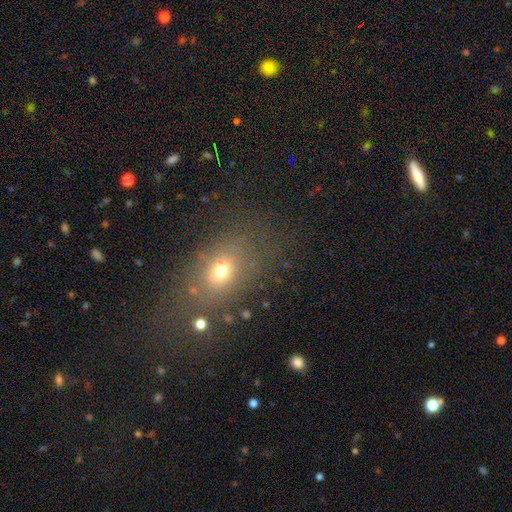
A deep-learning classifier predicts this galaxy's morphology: Smooth or featured? smooth (58%)
How rounded? in between (65%)
Merging? none (73%)